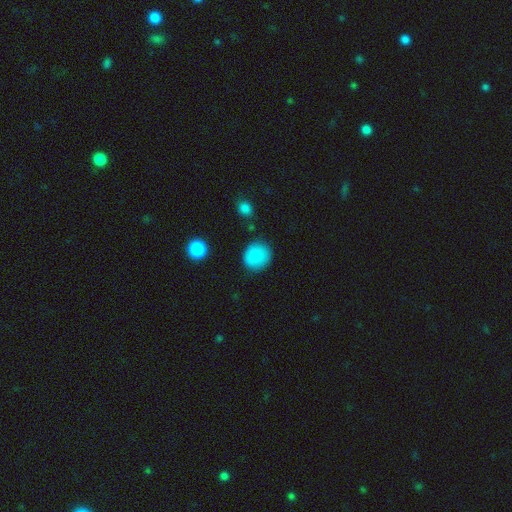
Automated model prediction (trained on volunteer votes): A smooth galaxy with no disk features (88%) that is round (85%). Merging: none (85%).